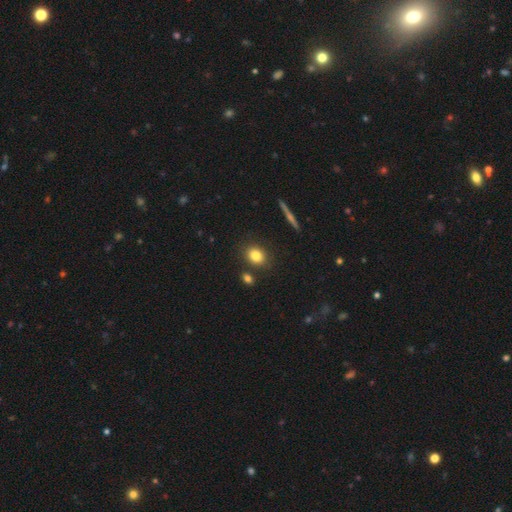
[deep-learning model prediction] smooth 83%, star or artifact 10%, featured or disk 8%. Down the decision tree: how rounded — round (59%); merging — none (82%).